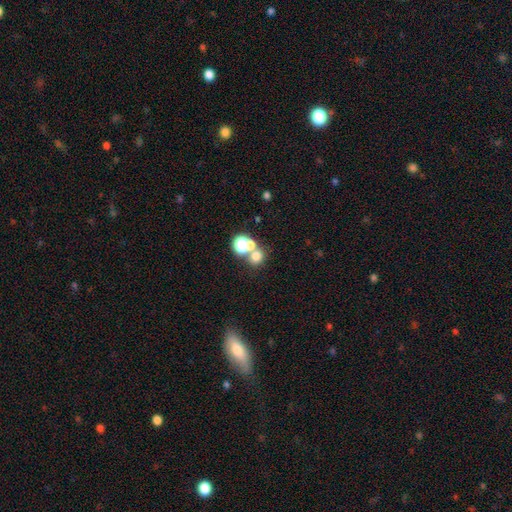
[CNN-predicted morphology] Smooth or featured: smooth — 66% (star or artifact — 21%)
How rounded: round — 75% (in between — 23%)
Merging: none — 47% (merger — 42%)